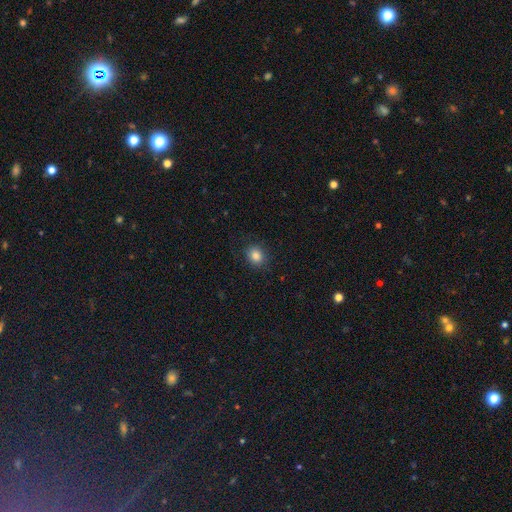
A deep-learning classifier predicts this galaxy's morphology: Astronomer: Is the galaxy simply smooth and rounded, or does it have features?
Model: smooth — 84%.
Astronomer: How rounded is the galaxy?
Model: round — 63%.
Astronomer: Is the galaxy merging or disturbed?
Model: none — 88%.